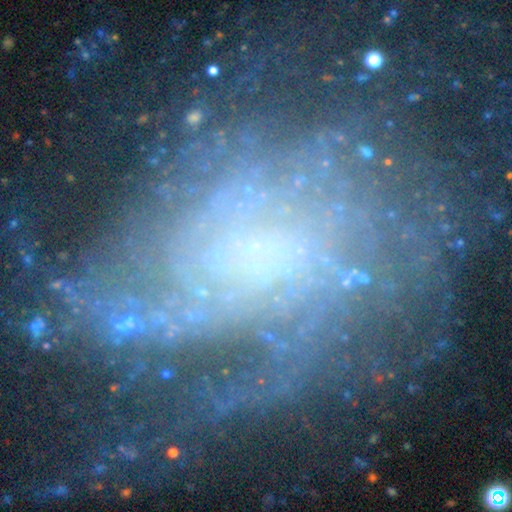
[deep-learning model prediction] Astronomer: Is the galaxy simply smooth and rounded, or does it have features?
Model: featured or disk — 80%.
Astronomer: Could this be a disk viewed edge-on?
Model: no — 97%.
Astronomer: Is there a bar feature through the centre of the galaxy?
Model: no — 68%.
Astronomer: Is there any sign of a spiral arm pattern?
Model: yes — 91%.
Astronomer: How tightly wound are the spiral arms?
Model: tight — 51% (runner-up: medium, 33%).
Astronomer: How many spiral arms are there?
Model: can't tell — 33% (runner-up: 2, 21%).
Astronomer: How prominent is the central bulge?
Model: small — 49% (runner-up: none, 33%).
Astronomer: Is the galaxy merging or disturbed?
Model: none — 60%.